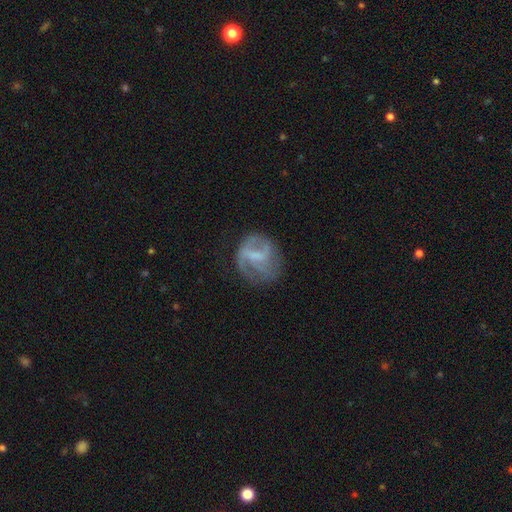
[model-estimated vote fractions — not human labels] Morphology: type=featured or disk (66%); edge-on=no (97%); bar=weak (50%); spiral arms=yes (75%); bulge=small (36%); merging=none (56%).